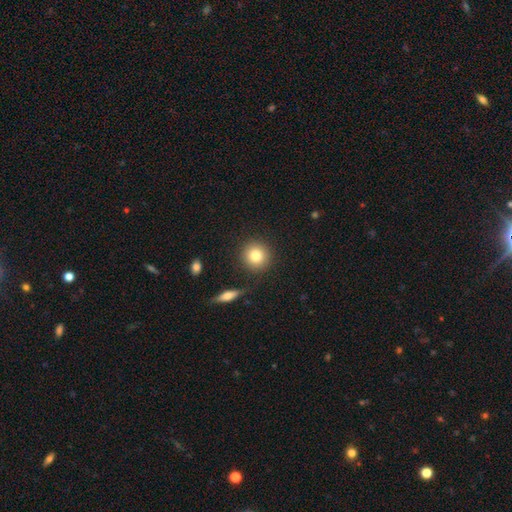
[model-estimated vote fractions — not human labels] Q: Smooth or featured?
A: smooth (82%); runner-up: star or artifact (9%)
Q: How rounded?
A: round (91%); runner-up: in between (8%)
Q: Merging?
A: none (87%); runner-up: minor disturbance (7%)